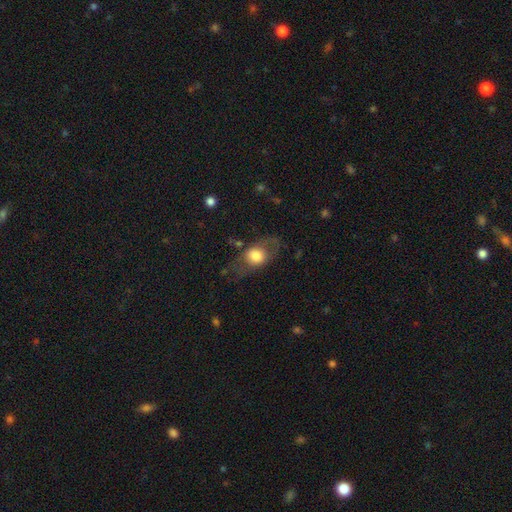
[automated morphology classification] Smooth or featured? Predicted: smooth (p=0.61). How rounded? Predicted: in between (p=0.64). Merging? Predicted: none (p=0.63).